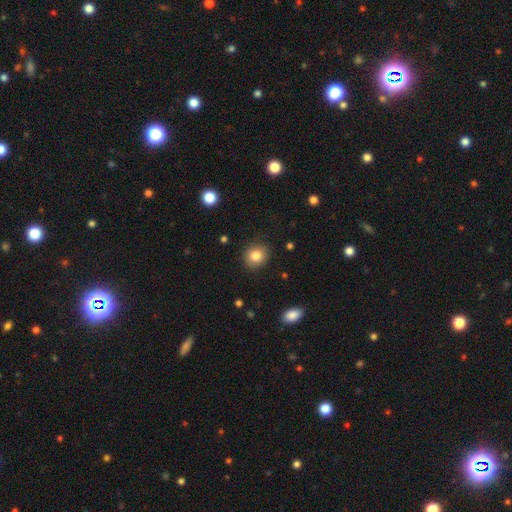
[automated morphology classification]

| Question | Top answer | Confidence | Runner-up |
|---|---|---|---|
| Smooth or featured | smooth | 84% | star or artifact (10%) |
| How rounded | round | 83% | in between (16%) |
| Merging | none | 89% | minor disturbance (7%) |